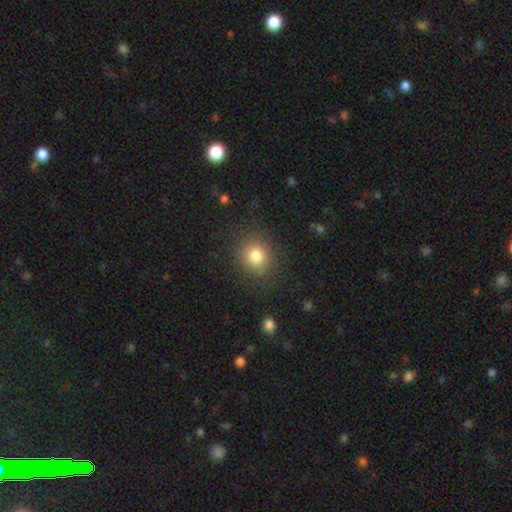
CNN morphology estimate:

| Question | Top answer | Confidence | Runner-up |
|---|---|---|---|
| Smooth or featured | smooth | 80% | star or artifact (12%) |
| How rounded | round | 79% | in between (20%) |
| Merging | none | 85% | minor disturbance (9%) |